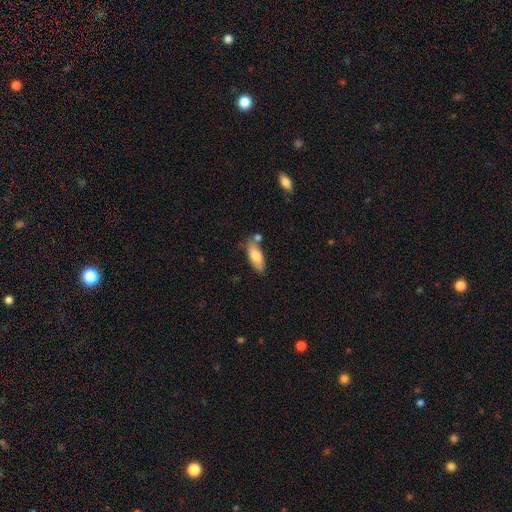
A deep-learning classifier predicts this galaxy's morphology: smooth-or-featured: smooth: 74% | featured or disk: 20% | star or artifact: 6%
  how-rounded: in between: 71% | cigar-shaped: 26% | round: 2%
  merging: none: 70% | minor disturbance: 16% | merger: 10% | major disturbance: 3%